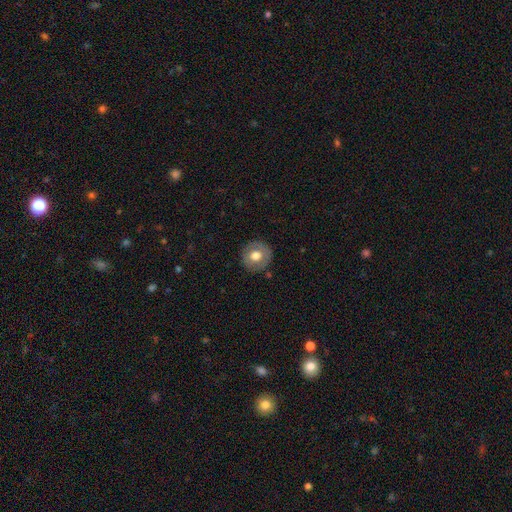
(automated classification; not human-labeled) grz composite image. It shows a smooth galaxy with no disk features (66%) that is round (92%). Merging: none (88%).